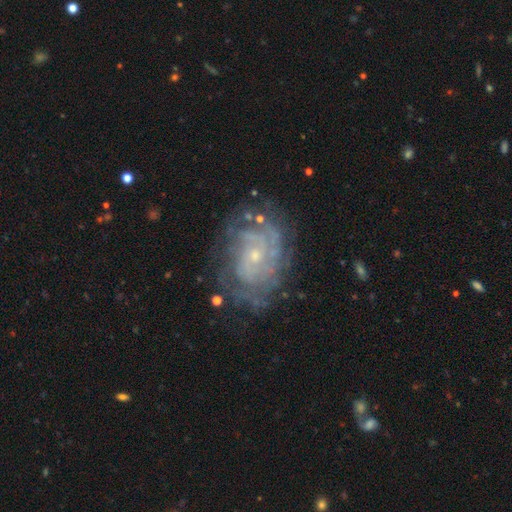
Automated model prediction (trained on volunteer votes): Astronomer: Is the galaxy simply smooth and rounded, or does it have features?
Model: featured or disk — 82%.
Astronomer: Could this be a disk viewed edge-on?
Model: no — 97%.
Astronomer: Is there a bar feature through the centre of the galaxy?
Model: no — 74%.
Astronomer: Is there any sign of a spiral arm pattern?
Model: yes — 89%.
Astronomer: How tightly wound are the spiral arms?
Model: tight — 68%.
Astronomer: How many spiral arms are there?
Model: can't tell — 47%.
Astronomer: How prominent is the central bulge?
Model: small — 73%.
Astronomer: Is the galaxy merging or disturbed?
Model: none — 70%.